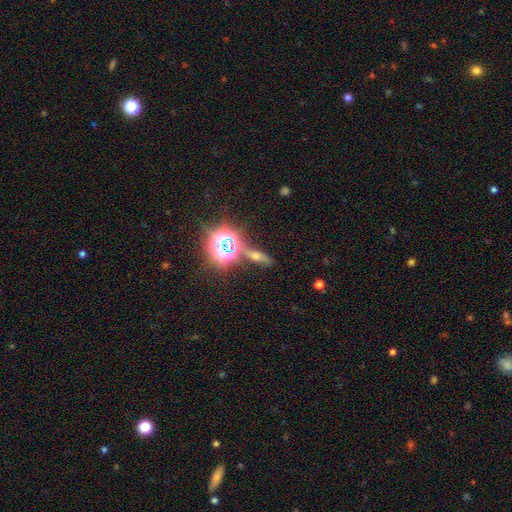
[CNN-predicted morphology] A star or artifact, not a galaxy (38%).

Vote fractions:
- Smooth or featured? star or artifact: 38% / smooth: 32% / featured or disk: 29%